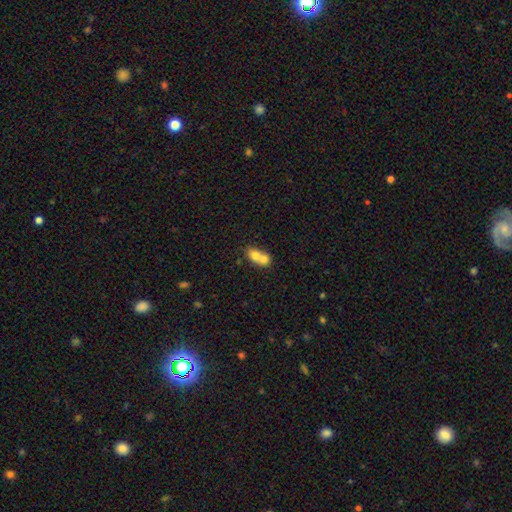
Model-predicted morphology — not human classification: This appears to be a smooth galaxy with no disk features (71%) that is in between round and cigar-shaped (54%). Merging: merger (73%).